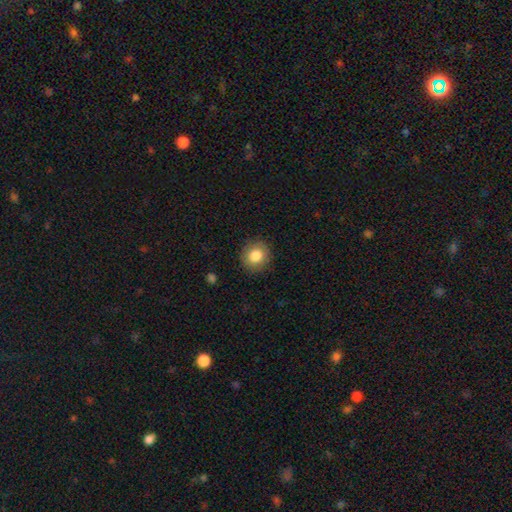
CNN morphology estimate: Smooth or featured? Predicted: smooth (p=0.83). How rounded? Predicted: round (p=0.84). Merging? Predicted: none (p=0.90).